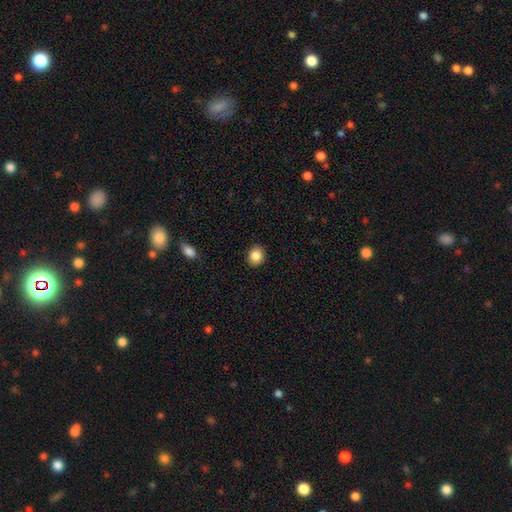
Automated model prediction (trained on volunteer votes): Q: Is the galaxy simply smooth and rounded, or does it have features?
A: smooth — 86%.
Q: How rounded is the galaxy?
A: round — 65%.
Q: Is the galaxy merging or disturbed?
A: none — 90%.